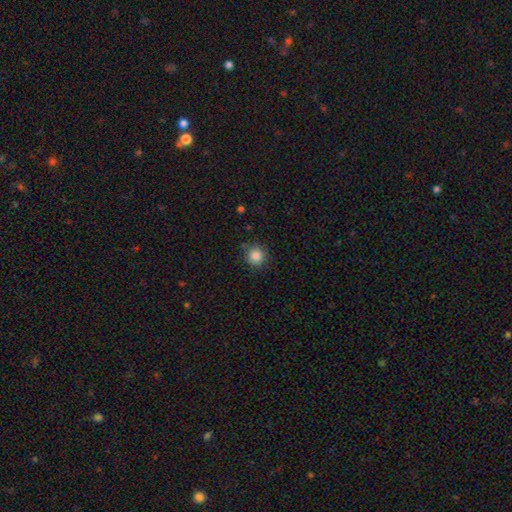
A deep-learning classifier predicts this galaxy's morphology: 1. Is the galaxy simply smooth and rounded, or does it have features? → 85% smooth, 11% star or artifact, 4% featured or disk.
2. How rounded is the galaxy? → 92% round, 7% in between, 1% cigar-shaped.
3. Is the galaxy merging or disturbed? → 83% none, 12% minor disturbance, 3% major disturbance, 2% merger.